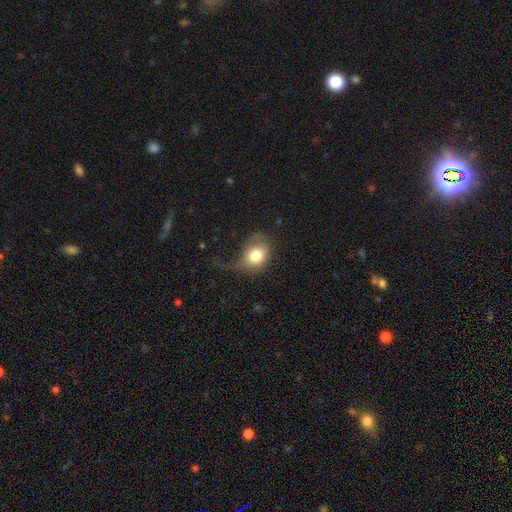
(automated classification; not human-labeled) A smooth galaxy with no disk features (75%) that is in between round and cigar-shaped (50%).

Vote fractions:
- Smooth or featured? smooth: 75% / featured or disk: 17% / star or artifact: 8%
- How rounded? in between: 50% / round: 49% / cigar-shaped: 1%
- Merging? major disturbance: 38% / none: 31% / minor disturbance: 28% / merger: 3%